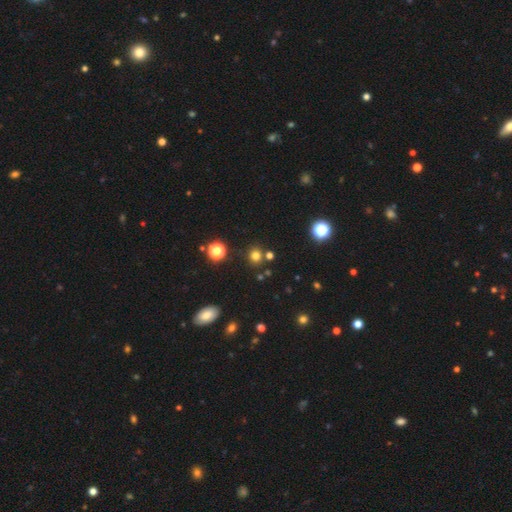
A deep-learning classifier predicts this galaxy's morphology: Q: Smooth or featured?
A: smooth (73%); runner-up: star or artifact (20%)
Q: How rounded?
A: round (89%); runner-up: in between (10%)
Q: Merging?
A: none (82%); runner-up: merger (8%)